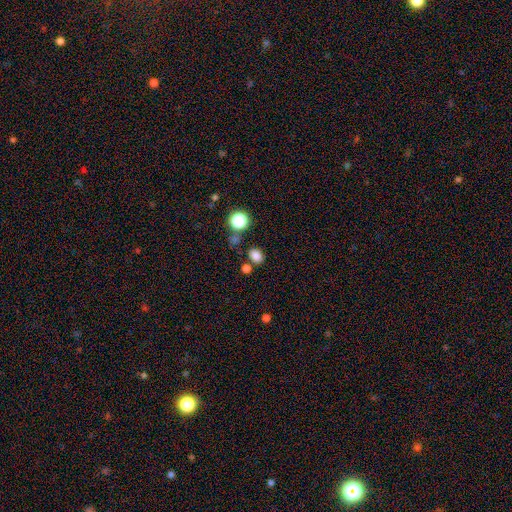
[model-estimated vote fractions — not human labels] Smooth or featured? smooth (80%)
How rounded? in between (54%)
Merging? none (77%)